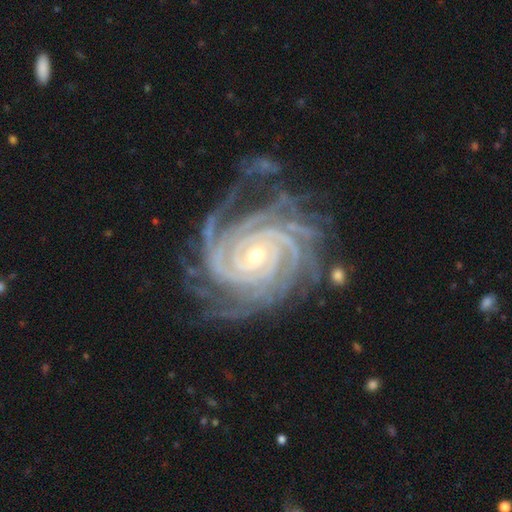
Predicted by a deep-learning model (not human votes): Q: Smooth or featured?
A: featured or disk (94%); runner-up: star or artifact (4%)
Q: Edge-on disk?
A: no (98%); runner-up: yes (2%)
Q: Bar?
A: no (50%); runner-up: weak (28%)
Q: Spiral arms?
A: yes (99%); runner-up: no (1%)
Q: Spiral winding?
A: tight (86%); runner-up: medium (13%)
Q: Spiral arm count?
A: 4 (30%); runner-up: more than 4 (25%)
Q: Bulge size?
A: small (64%); runner-up: moderate (33%)
Q: Merging?
A: none (70%); runner-up: minor disturbance (19%)